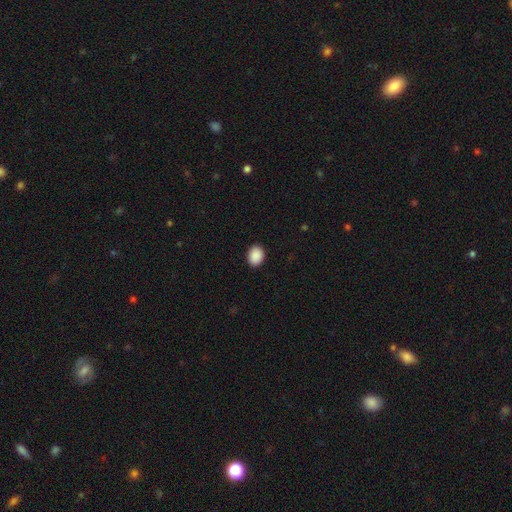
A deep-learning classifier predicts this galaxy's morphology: type=smooth (91%); roundness=in between (63%); merging=none (91%).